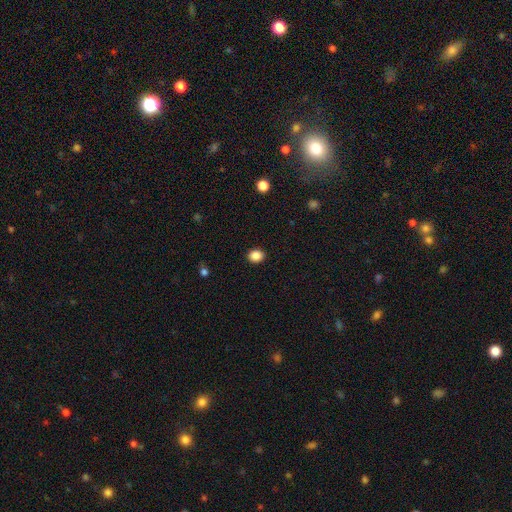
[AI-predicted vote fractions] This appears to be a smooth galaxy with no disk features (88%) that is round (58%). Merging: none (91%).